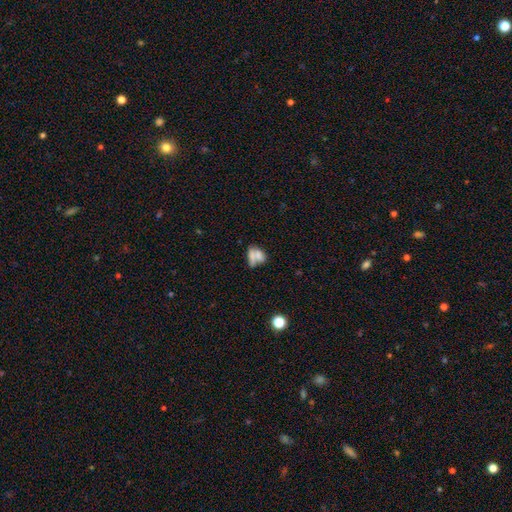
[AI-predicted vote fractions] Smooth or featured?
  - smooth: 64% *
  - featured or disk: 24%
  - star or artifact: 13%
How rounded?
  - in between: 65% *
  - round: 27%
  - cigar-shaped: 7%
Merging?
  - merger: 47% *
  - none: 30%
  - minor disturbance: 13%
  - major disturbance: 10%